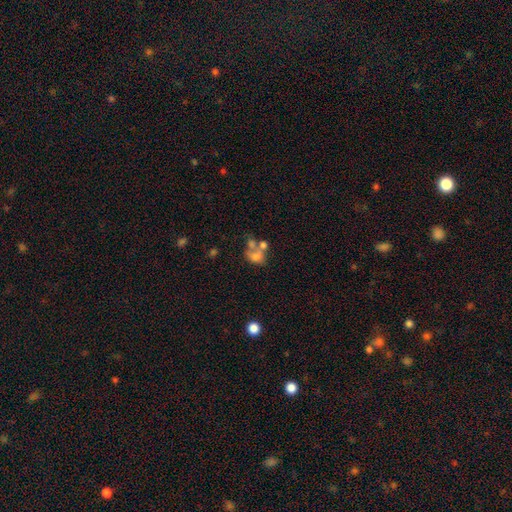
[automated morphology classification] Smooth or featured? smooth (57%)
How rounded? in between (57%)
Merging? merger (53%)